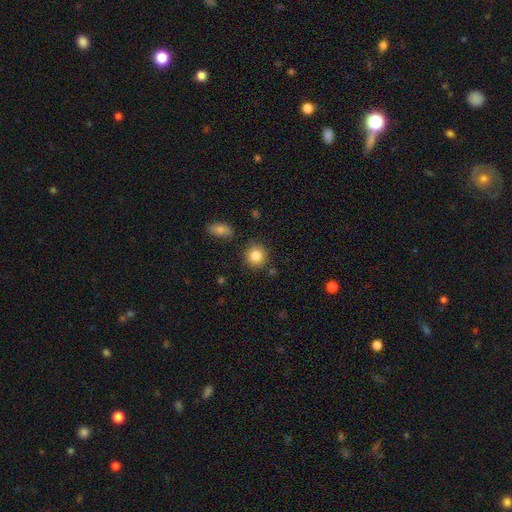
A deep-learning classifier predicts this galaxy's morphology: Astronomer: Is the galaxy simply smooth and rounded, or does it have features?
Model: smooth — 85%.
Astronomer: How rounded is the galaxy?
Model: round — 89%.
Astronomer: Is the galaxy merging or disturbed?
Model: none — 85%.